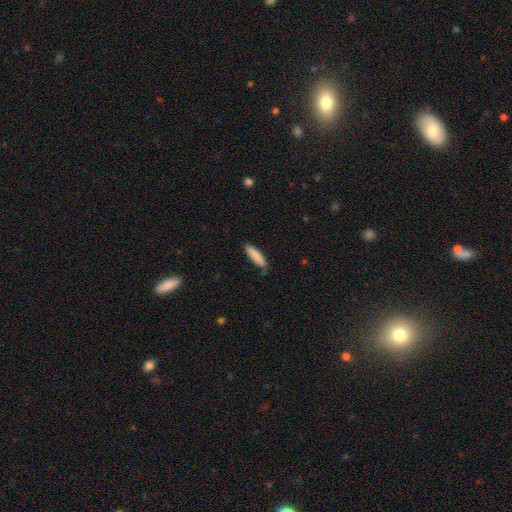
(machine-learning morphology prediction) A smooth galaxy with no disk features (86%) that is cigar-shaped (74%).

Vote fractions:
- Smooth or featured? smooth: 86% / featured or disk: 8% / star or artifact: 6%
- How rounded? cigar-shaped: 74% / in between: 25% / round: 1%
- Merging? none: 75% / minor disturbance: 20% / major disturbance: 3% / merger: 2%